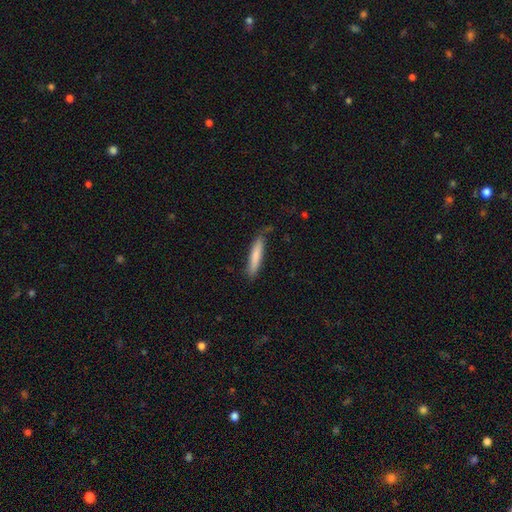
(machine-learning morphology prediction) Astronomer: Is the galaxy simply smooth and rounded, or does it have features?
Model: smooth — 80%.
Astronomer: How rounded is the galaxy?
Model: cigar-shaped — 90%.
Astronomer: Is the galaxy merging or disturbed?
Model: none — 79%.